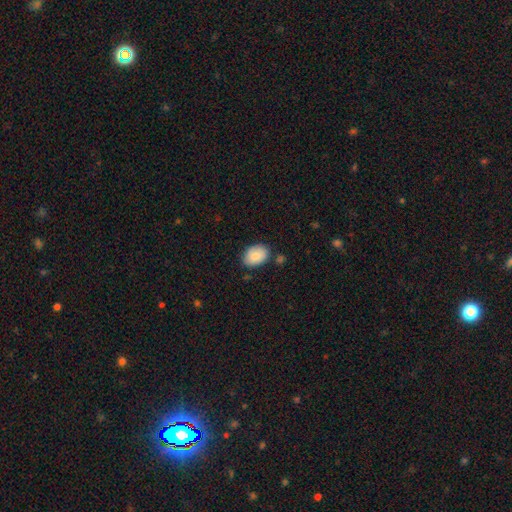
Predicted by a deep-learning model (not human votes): A smooth galaxy with no disk features (82%) that is in between round and cigar-shaped (81%). Merging: none (76%).